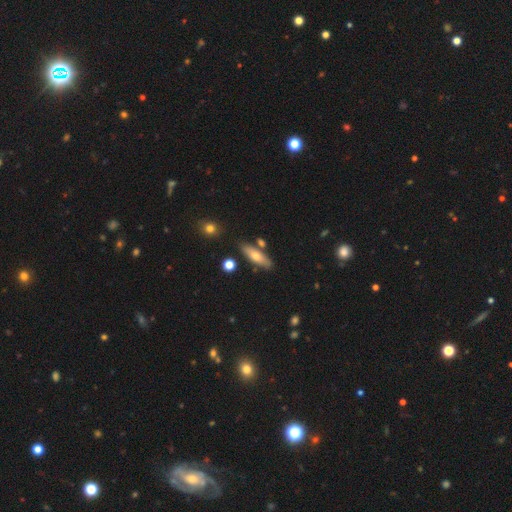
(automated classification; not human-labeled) Smooth or featured?
  - smooth: 59% *
  - featured or disk: 34%
  - star or artifact: 7%
How rounded?
  - cigar-shaped: 55% *
  - in between: 42%
  - round: 3%
Merging?
  - none: 79% *
  - minor disturbance: 11%
  - merger: 7%
  - major disturbance: 2%